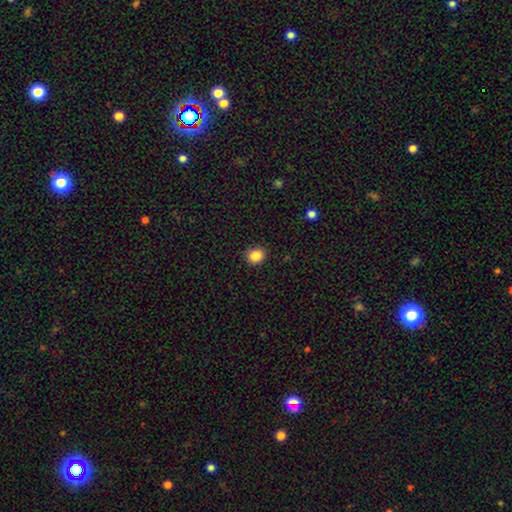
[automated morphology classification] This is clearly a smooth galaxy (86%). How rounded: likely round (79%). Merging: clearly none (90%).